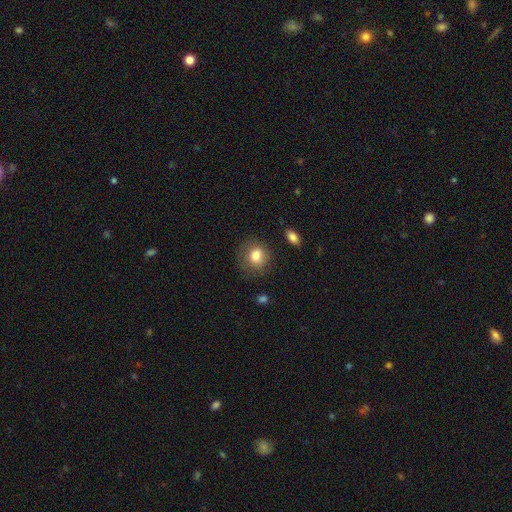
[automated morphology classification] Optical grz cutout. It shows a smooth galaxy with no disk features (81%) that is round (75%). Merging: none (77%).